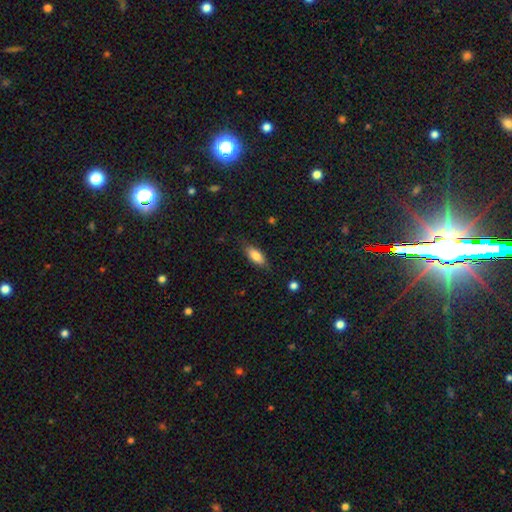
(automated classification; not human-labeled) Morphology: type=smooth (80%); roundness=in between (79%); merging=none (79%).